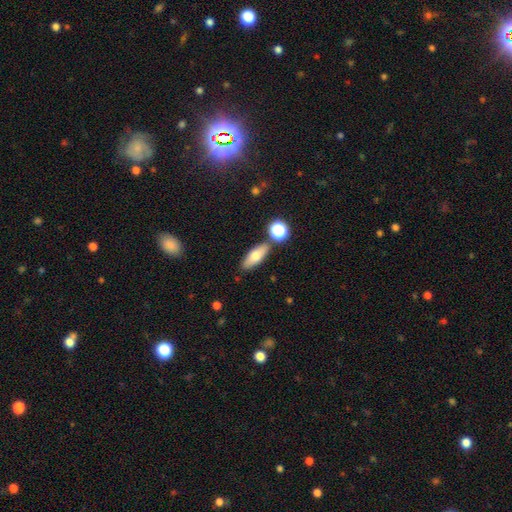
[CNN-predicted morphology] This is likely a smooth galaxy (70%). How rounded: likely in between (71%). Merging: likely none (79%).